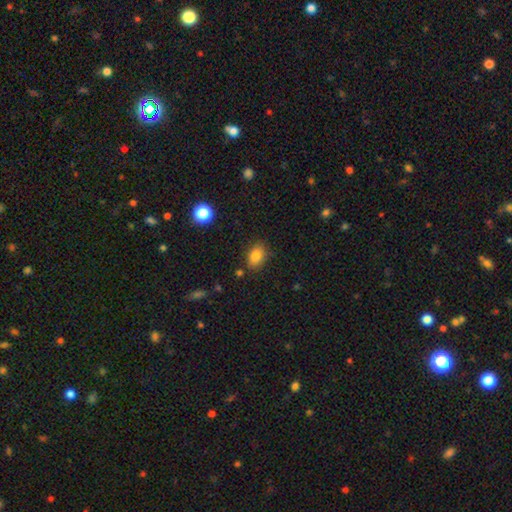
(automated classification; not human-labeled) Morphology: type=smooth (84%); roundness=in between (81%); merging=none (81%).